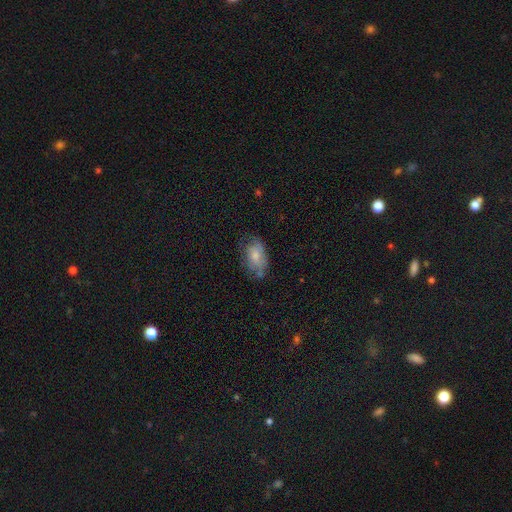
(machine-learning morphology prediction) This appears to be a smooth galaxy with no disk features (64%) that is in between round and cigar-shaped (90%). Merging: none (54%).